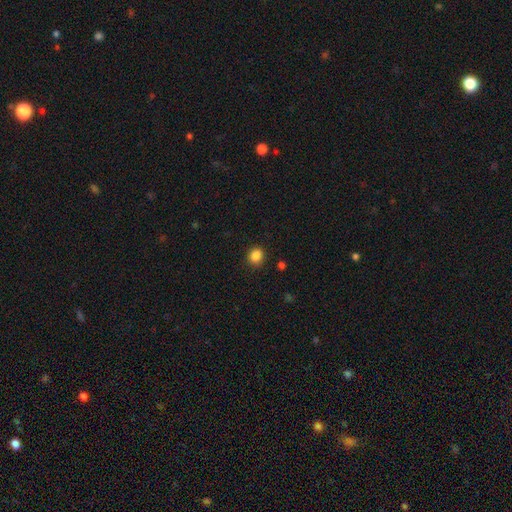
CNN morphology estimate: smooth_or_featured: smooth (p=0.86) [alt: star or artifact p=0.11]
how_rounded: round (p=0.79) [alt: in between p=0.20]
merging: none (p=0.88) [alt: minor disturbance p=0.08]